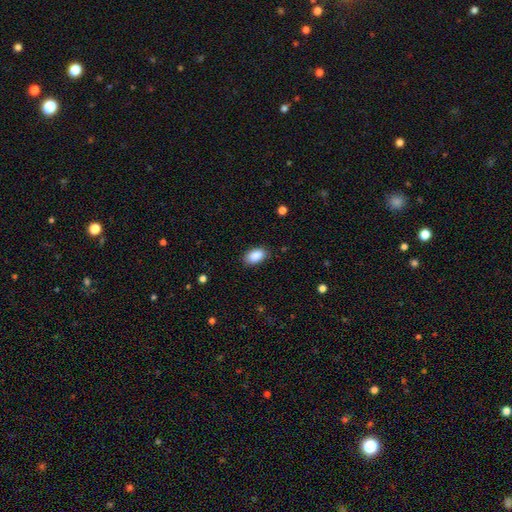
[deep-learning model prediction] smooth_or_featured: smooth (p=0.89) [alt: star or artifact p=0.07]
how_rounded: in between (p=0.92) [alt: round p=0.06]
merging: none (p=0.85) [alt: minor disturbance p=0.12]